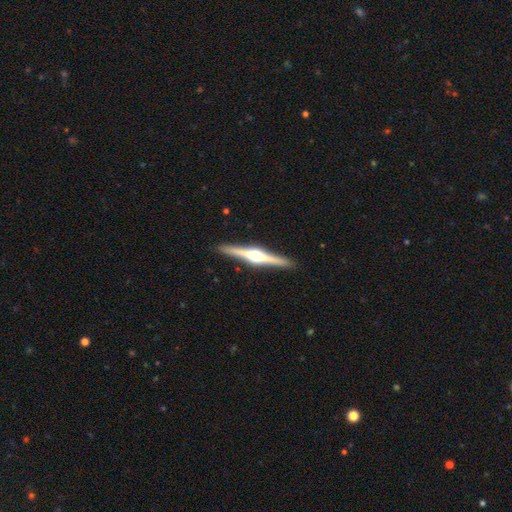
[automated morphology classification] This appears to be a featured or disk galaxy (82%) viewed edge-on (99%) with a rounded central bulge (94%). Merging: none (92%).